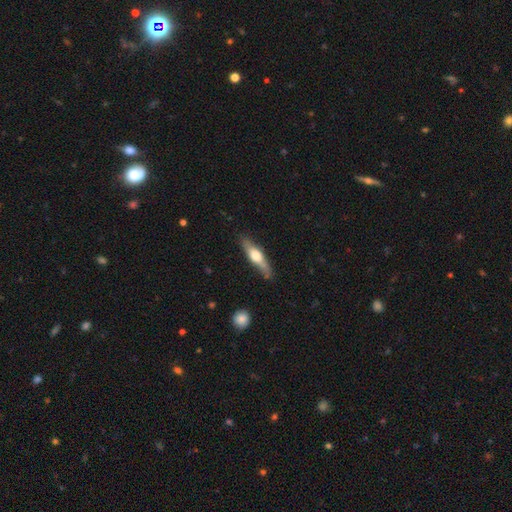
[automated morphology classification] featured or disk 51%, smooth 43%, star or artifact 5%. Down the decision tree: edge-on disk — yes (89%); merging — none (78%).